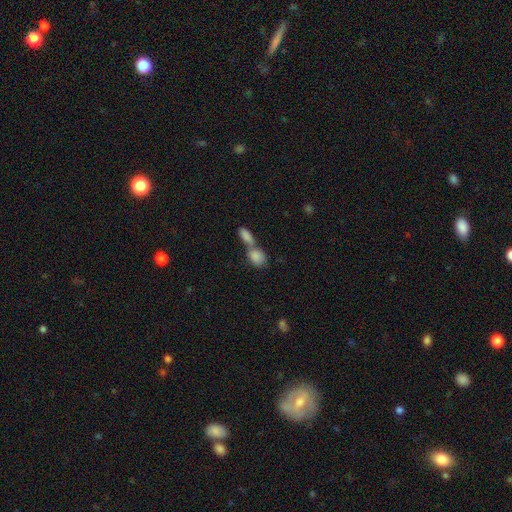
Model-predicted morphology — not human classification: Q: Smooth or featured?
A: smooth (84%); runner-up: featured or disk (9%)
Q: How rounded?
A: in between (66%); runner-up: round (30%)
Q: Merging?
A: merger (68%); runner-up: none (23%)